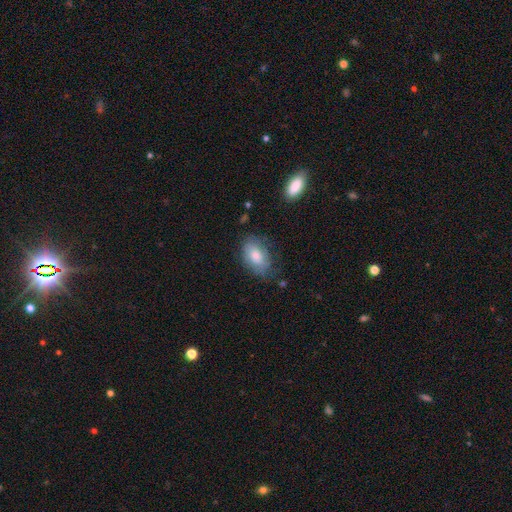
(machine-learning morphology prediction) This appears to be a smooth galaxy with no disk features (72%) that is in between round and cigar-shaped (91%). Merging: none (66%).